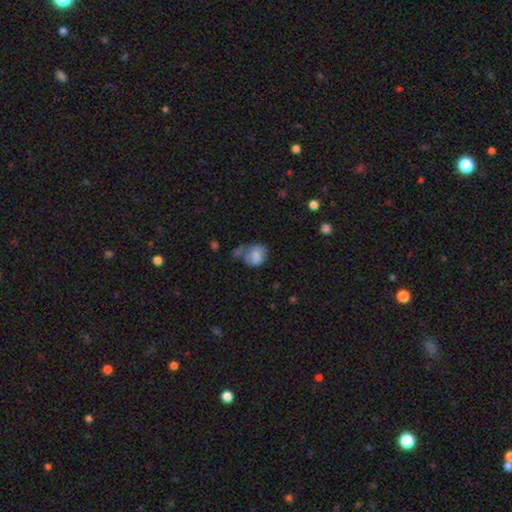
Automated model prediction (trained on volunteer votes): smooth-or-featured: smooth: 72% | featured or disk: 18% | star or artifact: 10%
  how-rounded: in between: 50% | round: 49% | cigar-shaped: 1%
  merging: none: 34% | minor disturbance: 28% | major disturbance: 21% | merger: 17%